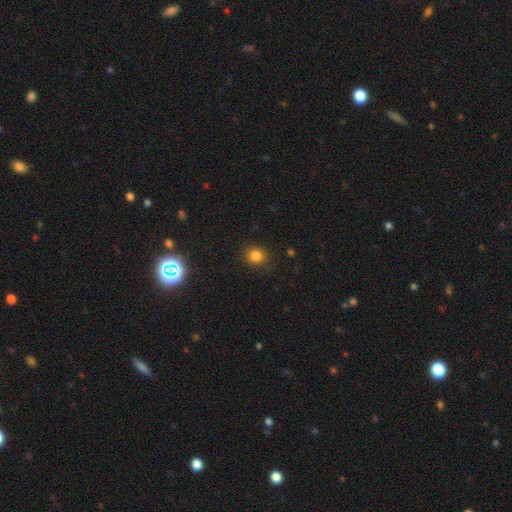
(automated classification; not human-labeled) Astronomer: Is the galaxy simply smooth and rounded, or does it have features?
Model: smooth — 82%.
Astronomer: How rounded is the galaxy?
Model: round — 82%.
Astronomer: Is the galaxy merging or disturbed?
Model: none — 87%.